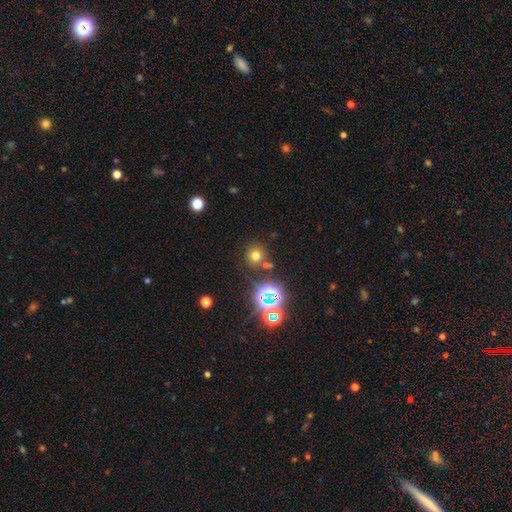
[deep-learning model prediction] smooth 66%, star or artifact 27%, featured or disk 8%. Down the decision tree: how rounded — round (90%); merging — none (77%).